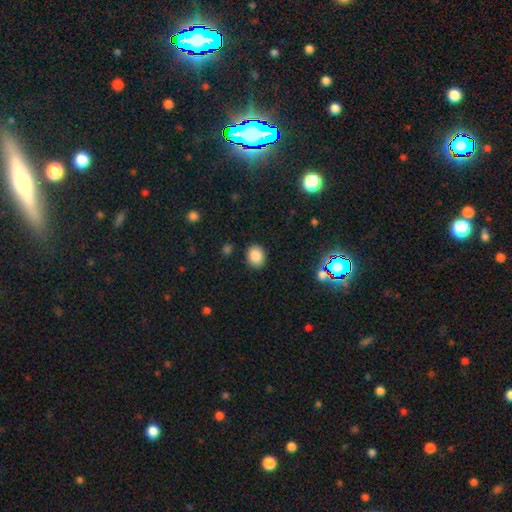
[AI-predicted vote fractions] Smooth or featured: smooth — 86% (star or artifact — 10%)
How rounded: in between — 51% (round — 49%)
Merging: none — 87% (minor disturbance — 9%)